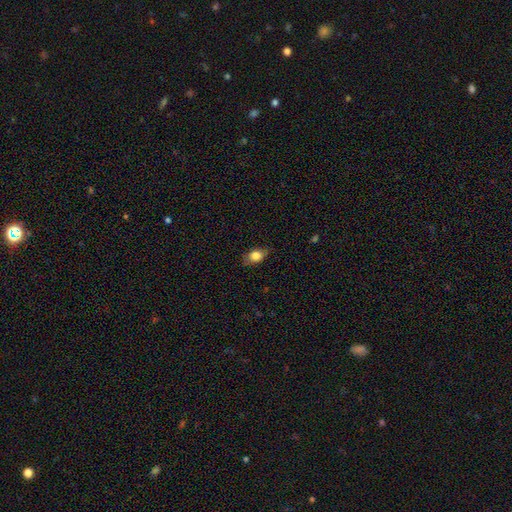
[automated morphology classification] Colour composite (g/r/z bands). It shows a smooth galaxy with no disk features (80%) that is in between round and cigar-shaped (77%). Merging: none (75%).